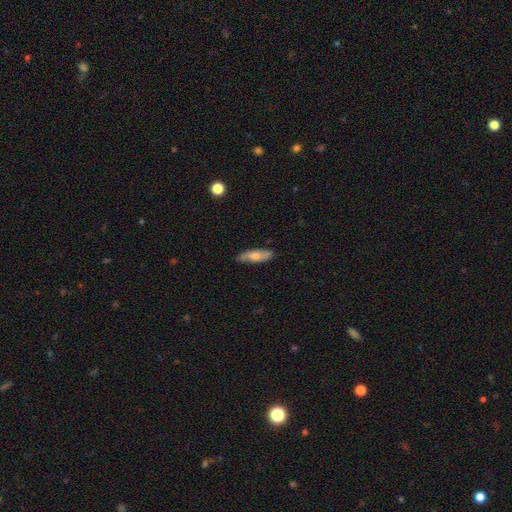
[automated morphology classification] Smooth or featured? smooth (64%)
How rounded? in between (49%, tied with cigar-shaped)
Merging? none (80%)